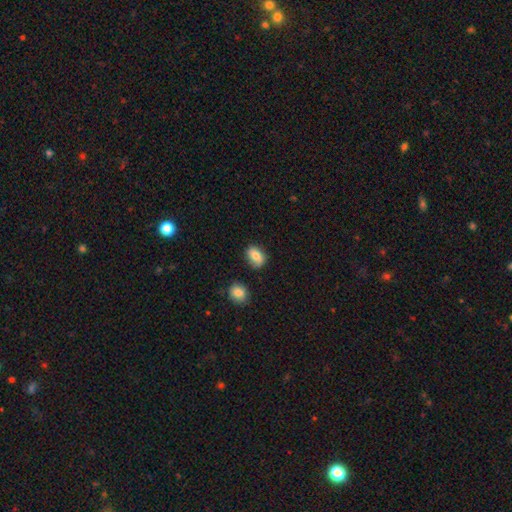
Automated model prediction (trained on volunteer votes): This appears to be a smooth galaxy with no disk features (83%) that is in between round and cigar-shaped (80%). Merging: none (77%).